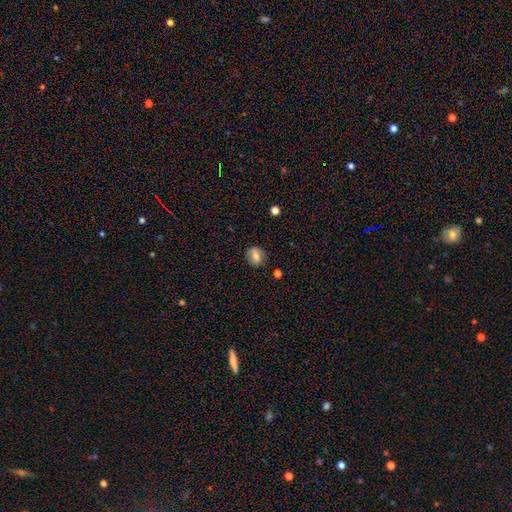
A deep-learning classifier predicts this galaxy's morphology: smooth_or_featured: smooth (p=0.64) [alt: featured or disk p=0.26]
how_rounded: round (p=0.71) [alt: in between p=0.28]
merging: none (p=0.82) [alt: minor disturbance p=0.13]